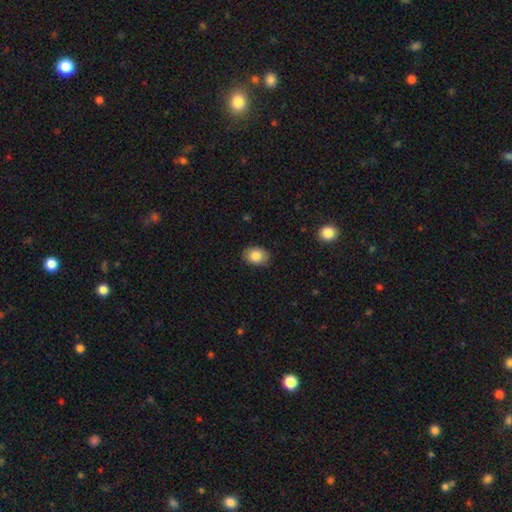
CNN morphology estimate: Smooth or featured?
  - smooth: 84% *
  - star or artifact: 8%
  - featured or disk: 7%
How rounded?
  - in between: 68% *
  - round: 31%
  - cigar-shaped: 1%
Merging?
  - none: 87% *
  - minor disturbance: 10%
  - major disturbance: 2%
  - merger: 1%